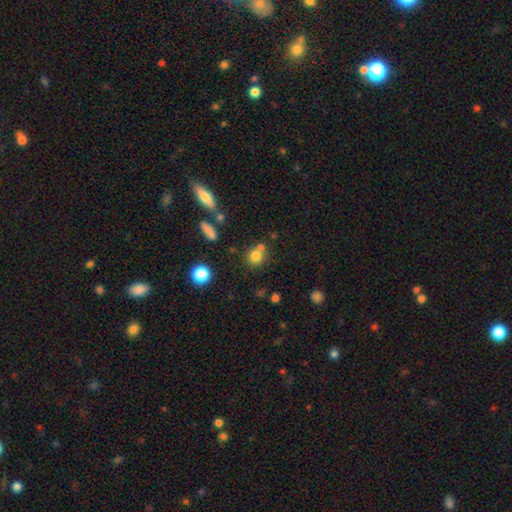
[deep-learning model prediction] A smooth galaxy with no disk features (78%) that is round (81%).

Vote fractions:
- Smooth or featured? smooth: 78% / star or artifact: 13% / featured or disk: 9%
- How rounded? round: 81% / in between: 17% / cigar-shaped: 1%
- Merging? none: 57% / merger: 29% / minor disturbance: 11% / major disturbance: 4%